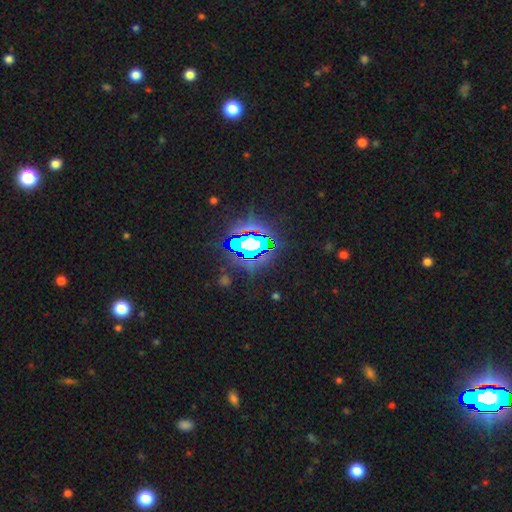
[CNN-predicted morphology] A star or artifact, not a galaxy (77%).